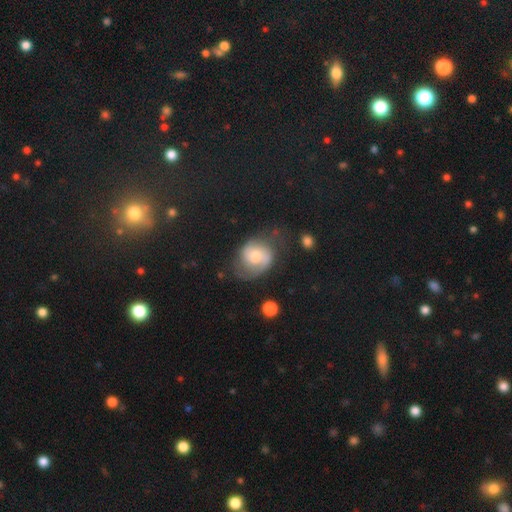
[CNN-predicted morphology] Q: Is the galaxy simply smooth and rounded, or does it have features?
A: featured or disk — 62%.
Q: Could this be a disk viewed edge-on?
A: no — 98%.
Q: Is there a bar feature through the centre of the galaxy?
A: no — 59%.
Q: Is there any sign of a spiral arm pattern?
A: yes — 88%.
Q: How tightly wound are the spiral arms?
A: medium — 47%.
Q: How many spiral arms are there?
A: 2 — 72%.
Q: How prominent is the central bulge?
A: moderate — 53%.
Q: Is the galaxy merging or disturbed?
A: none — 50%.